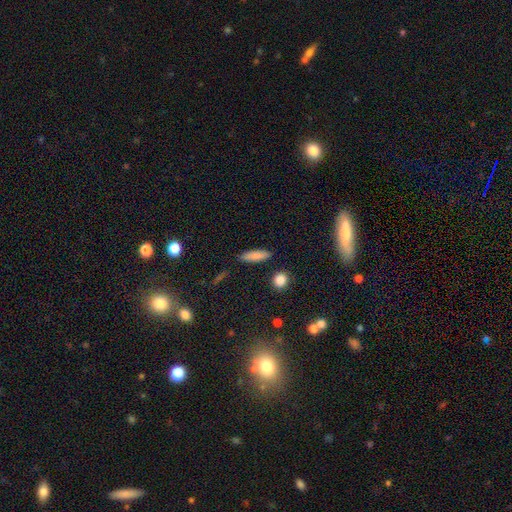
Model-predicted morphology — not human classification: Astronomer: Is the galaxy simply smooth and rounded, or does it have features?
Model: smooth — 84%.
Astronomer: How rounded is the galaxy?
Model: cigar-shaped — 57% (runner-up: in between, 40%).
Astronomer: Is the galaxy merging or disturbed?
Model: none — 88%.